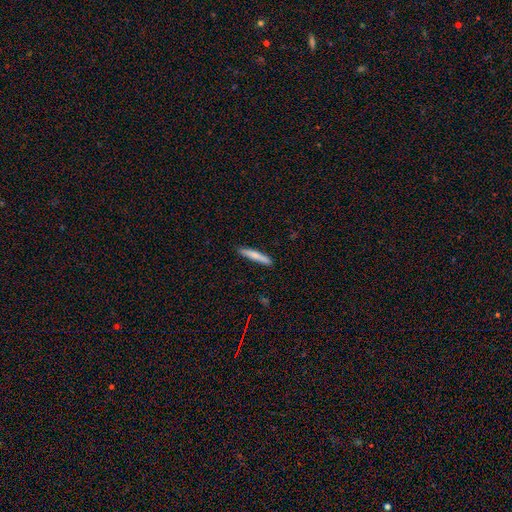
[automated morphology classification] smooth_or_featured: smooth (p=0.75) [alt: featured or disk p=0.20]
how_rounded: cigar-shaped (p=0.94) [alt: in between p=0.05]
merging: none (p=0.89) [alt: minor disturbance p=0.08]